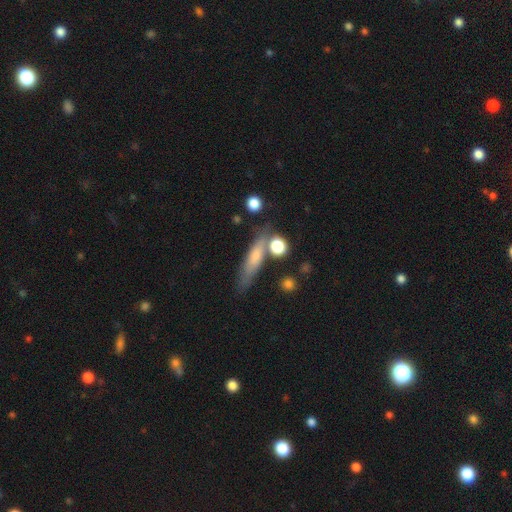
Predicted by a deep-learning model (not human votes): smooth-or-featured: smooth: 64% | featured or disk: 27% | star or artifact: 8%
  how-rounded: cigar-shaped: 75% | in between: 21% | round: 5%
  merging: none: 66% | minor disturbance: 16% | merger: 12% | major disturbance: 6%